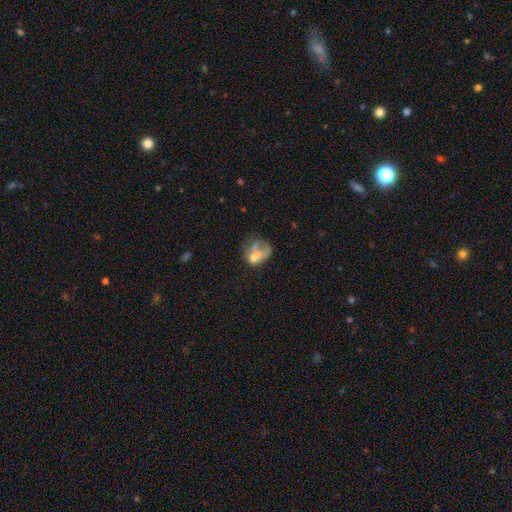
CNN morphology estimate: This is marginally a smooth galaxy (44%, tied with featured or disk). Merging: marginally major disturbance (32%).